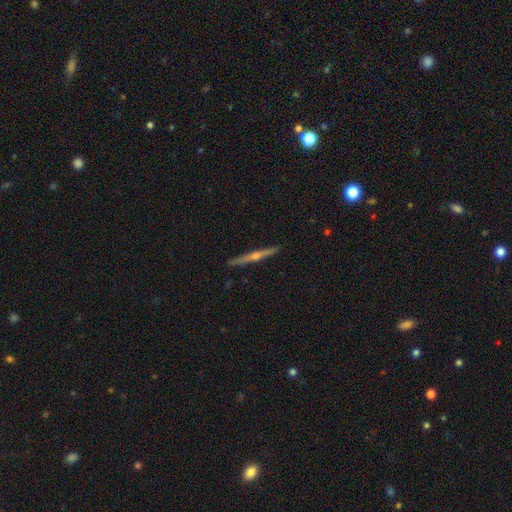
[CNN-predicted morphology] Overall: featured or disk (76%). Edge-on disk: yes (98%). Edge-on bulge: rounded (84%). Merging: none (91%).